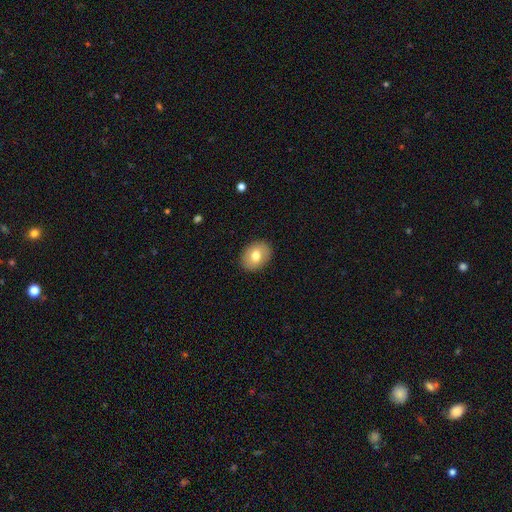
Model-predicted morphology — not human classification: A smooth galaxy with no disk features (74%) that is in between round and cigar-shaped (61%). Merging: none (89%).